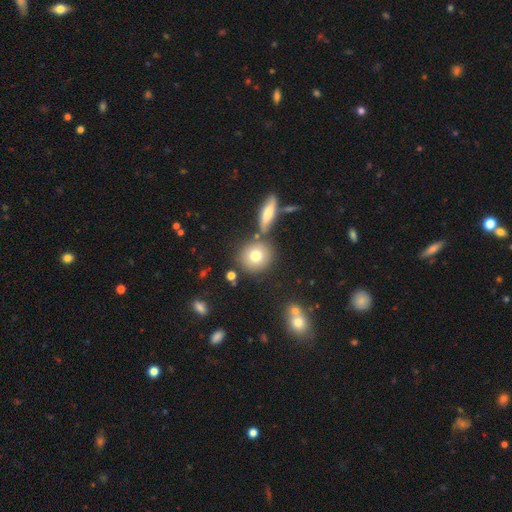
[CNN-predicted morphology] A smooth galaxy with no disk features (75%) that is round (86%). Merging: none (75%).